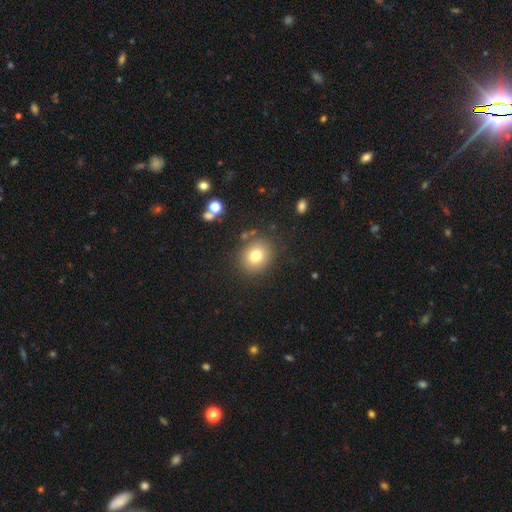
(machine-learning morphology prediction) The model was most divided on "how rounded": round: 76%, in between: 23%, cigar-shaped: 1%. More confident: merging — none (83%); smooth or featured — smooth (77%).